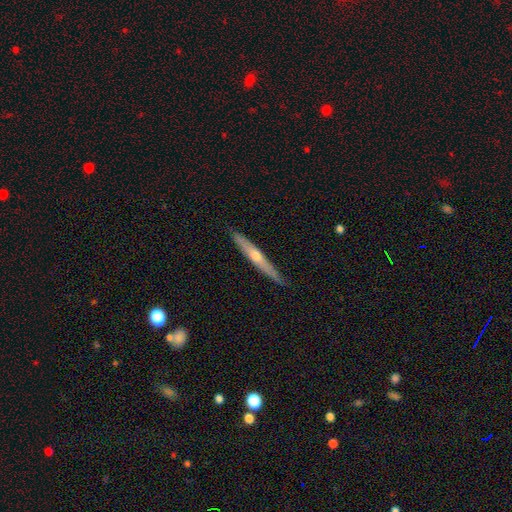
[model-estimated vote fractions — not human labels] The model was most divided on "smooth or featured": featured or disk: 64%, smooth: 31%, star or artifact: 6%. More confident: edge-on disk — yes (96%); merging — none (89%); edge-on bulge — rounded (78%).